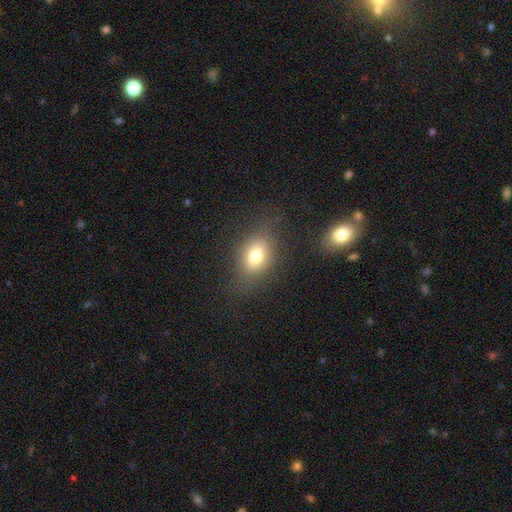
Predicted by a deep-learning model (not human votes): Smooth or featured? smooth (73%)
How rounded? in between (71%)
Merging? none (77%)